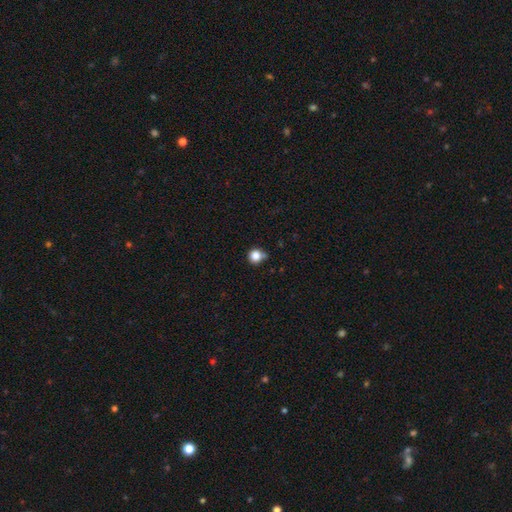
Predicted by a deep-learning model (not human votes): Smooth or featured? smooth (83%)
How rounded? round (92%)
Merging? none (70%)